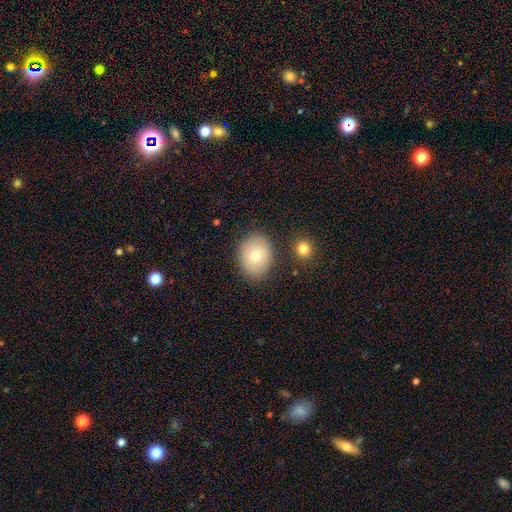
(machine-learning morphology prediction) A smooth galaxy with no disk features (77%) that is round (50%).

Vote fractions:
- Smooth or featured? smooth: 77% / featured or disk: 14% / star or artifact: 9%
- How rounded? round: 50% / in between: 49% / cigar-shaped: 1%
- Merging? none: 84% / minor disturbance: 10% / merger: 3% / major disturbance: 3%